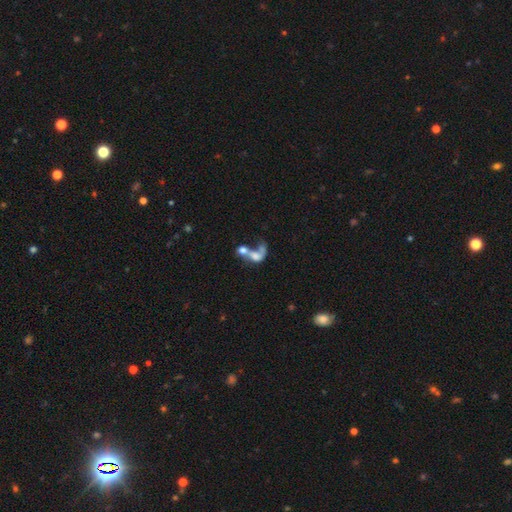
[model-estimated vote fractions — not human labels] This appears to be a smooth galaxy with no disk features (48%). Merging: merger (64%).